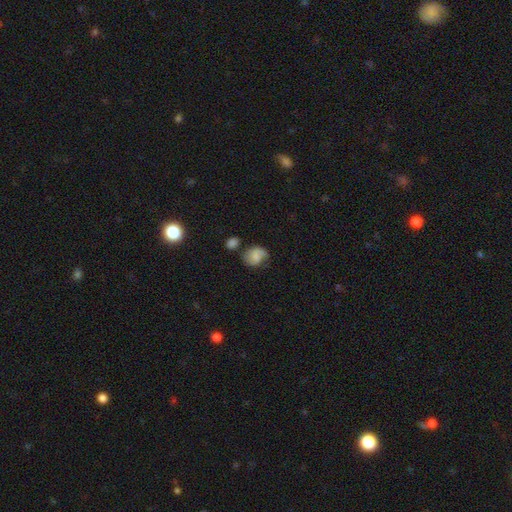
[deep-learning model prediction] Overall: smooth (53%; featured or disk 38%). How rounded: round (54%; in between 45%). Merging: none (52%; minor disturbance 28%).